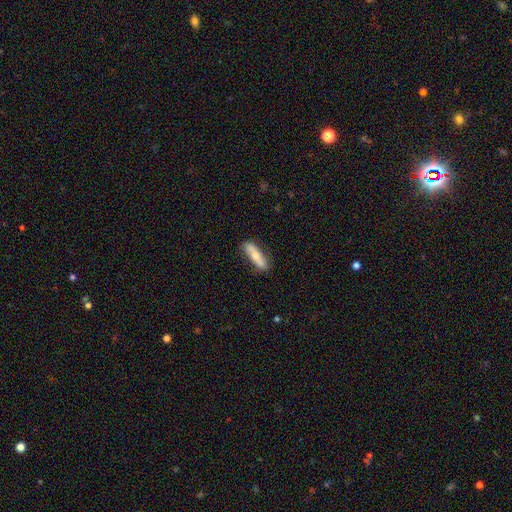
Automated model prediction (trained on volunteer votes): A smooth galaxy with no disk features (59%) that is cigar-shaped (67%). Merging: none (81%).